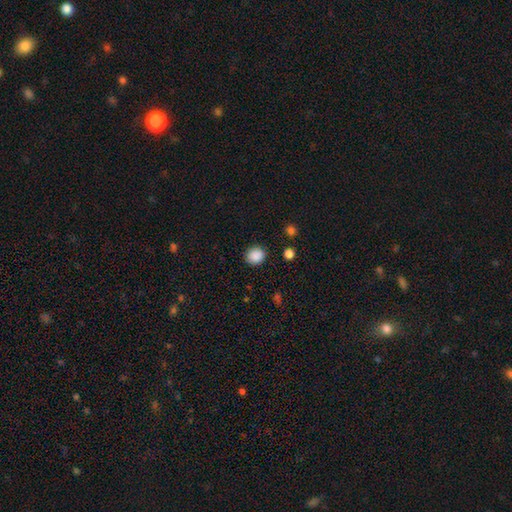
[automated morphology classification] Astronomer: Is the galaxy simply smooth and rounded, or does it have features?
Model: smooth — 87%.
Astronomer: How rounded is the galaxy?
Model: round — 77%.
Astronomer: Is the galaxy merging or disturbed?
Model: none — 88%.